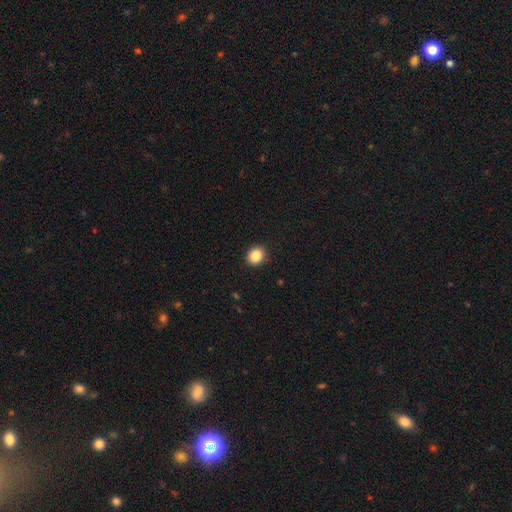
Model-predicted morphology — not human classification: Overall: smooth (87%). How rounded: round (70%). Merging: none (91%).